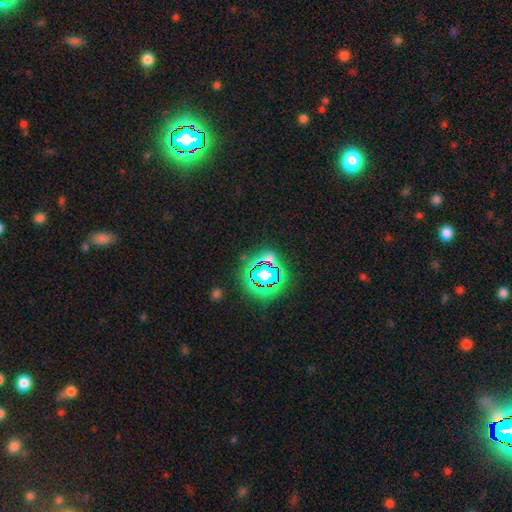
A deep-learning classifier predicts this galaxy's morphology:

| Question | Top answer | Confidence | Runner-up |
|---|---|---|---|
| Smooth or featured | star or artifact | 80% | smooth (13%) |